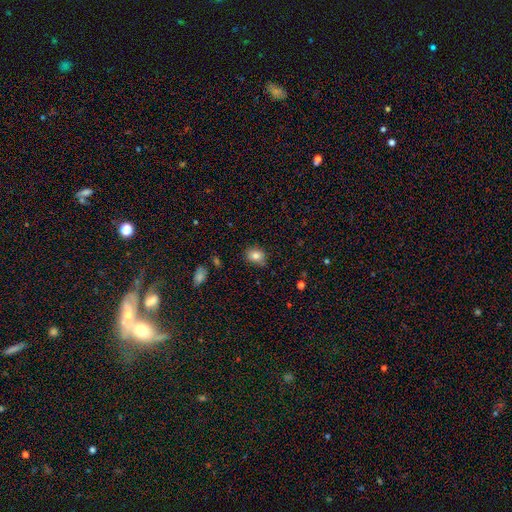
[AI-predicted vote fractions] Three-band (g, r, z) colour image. It shows a smooth galaxy with no disk features (82%) that is round (50%). Merging: none (75%).